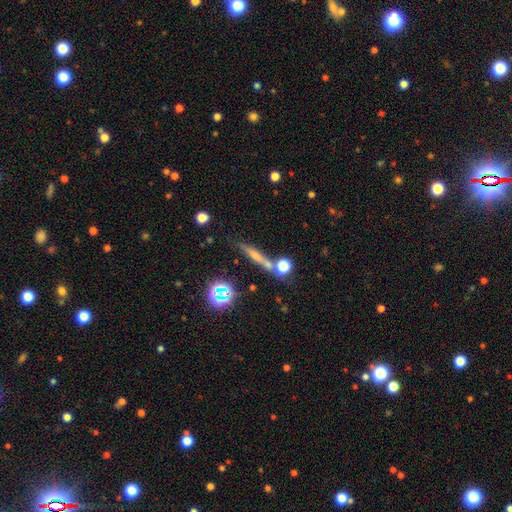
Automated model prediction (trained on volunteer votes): This is marginally a smooth galaxy (43%). Merging: likely none (71%).